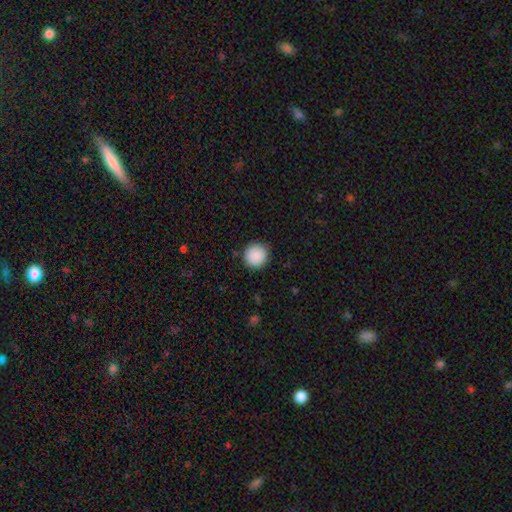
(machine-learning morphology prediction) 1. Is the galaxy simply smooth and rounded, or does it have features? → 90% smooth, 8% star or artifact, 3% featured or disk.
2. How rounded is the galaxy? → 94% round, 5% in between, 1% cigar-shaped.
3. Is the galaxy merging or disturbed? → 90% none, 7% minor disturbance, 2% major disturbance, 1% merger.